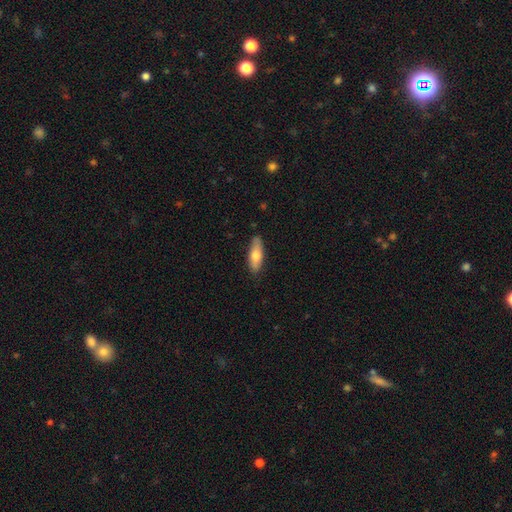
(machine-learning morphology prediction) type=smooth (70%); roundness=in between (60%); merging=none (84%).